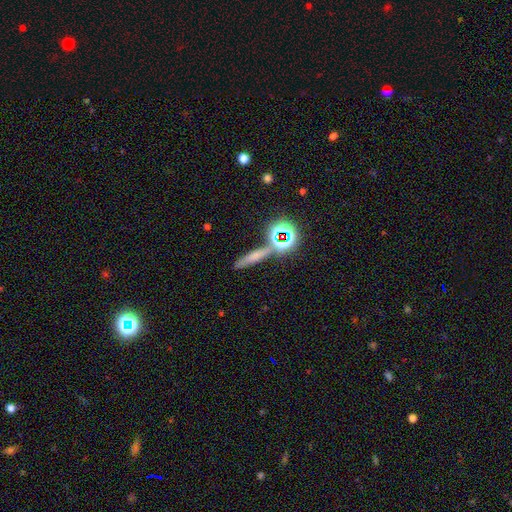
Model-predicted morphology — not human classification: Smooth or featured: smooth — 54% (star or artifact — 27%)
How rounded: cigar-shaped — 76% (in between — 13%)
Merging: none — 70% (merger — 14%)